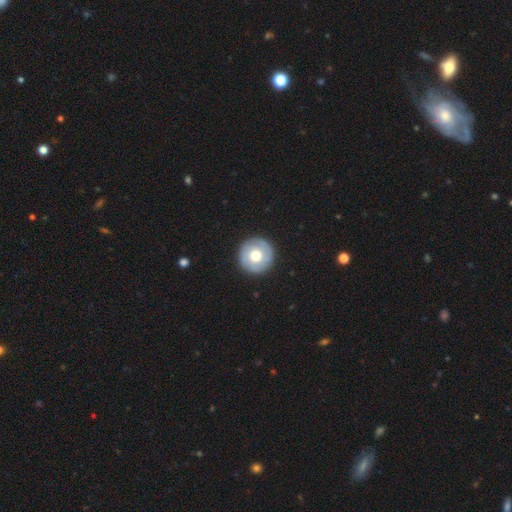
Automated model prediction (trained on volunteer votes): Morphology: type=smooth (60%); roundness=round (96%); merging=none (91%).